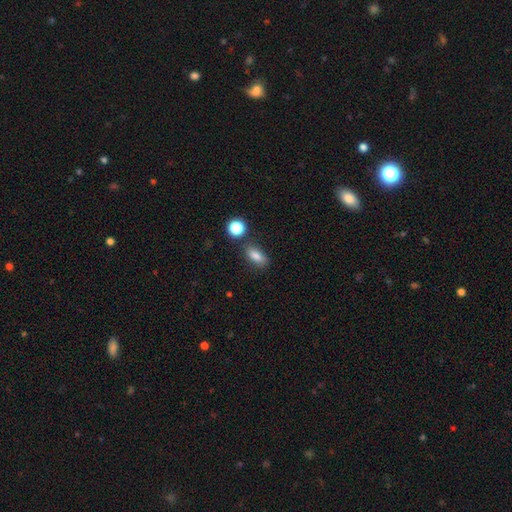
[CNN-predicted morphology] This appears to be a smooth galaxy with no disk features (82%) that is in between round and cigar-shaped (79%). Merging: none (75%).